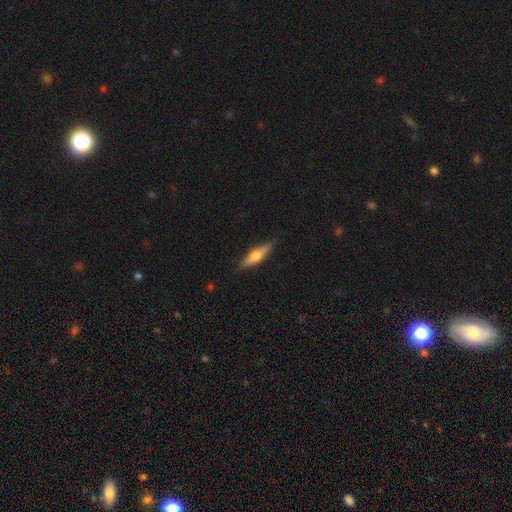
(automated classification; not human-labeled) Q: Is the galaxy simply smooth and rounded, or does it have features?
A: smooth — 48%.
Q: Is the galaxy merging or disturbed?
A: none — 86%.